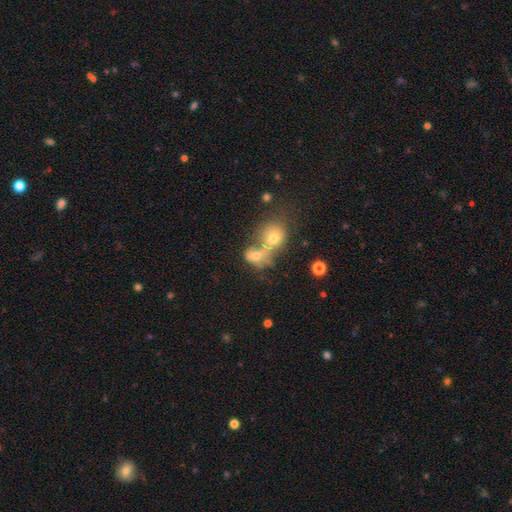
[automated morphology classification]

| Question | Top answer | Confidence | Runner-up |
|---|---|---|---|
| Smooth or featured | smooth | 66% | featured or disk (20%) |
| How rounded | in between | 55% | round (42%) |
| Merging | merger | 72% | none (15%) |